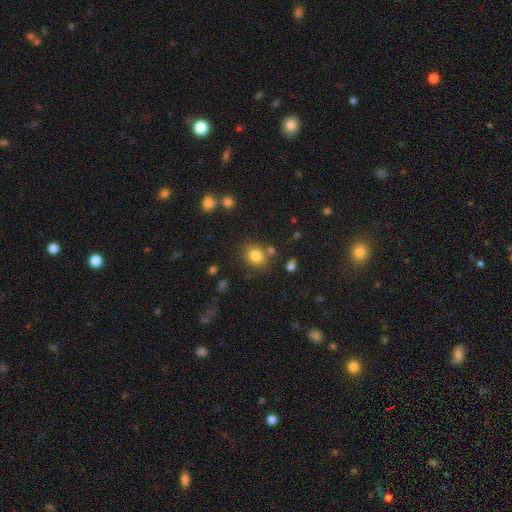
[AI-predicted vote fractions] smooth 81%, star or artifact 12%, featured or disk 7%. Down the decision tree: how rounded — round (65%); merging — none (77%).